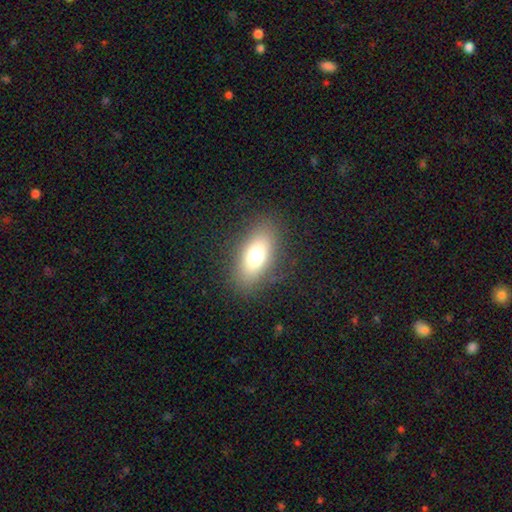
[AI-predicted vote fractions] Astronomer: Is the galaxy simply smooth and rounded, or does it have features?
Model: smooth — 69%.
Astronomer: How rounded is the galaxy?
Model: in between — 82%.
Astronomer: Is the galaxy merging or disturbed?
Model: none — 83%.